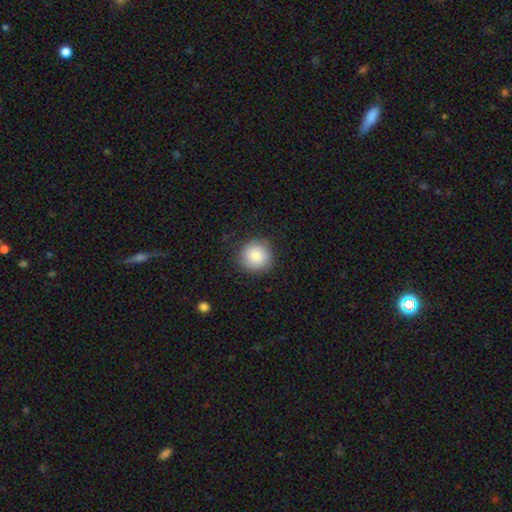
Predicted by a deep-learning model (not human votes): Smooth or featured? Predicted: smooth (p=0.85). How rounded? Predicted: round (p=0.93). Merging? Predicted: none (p=0.87).